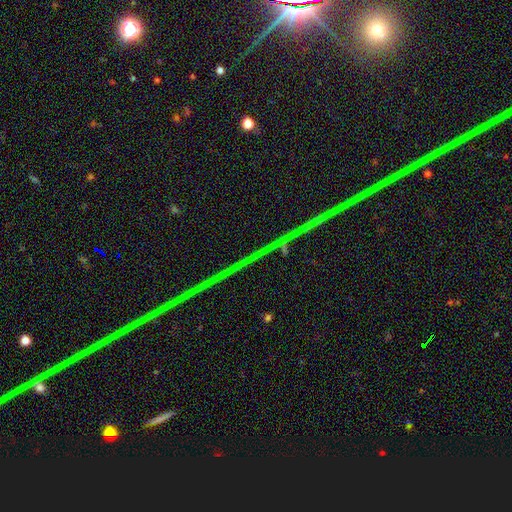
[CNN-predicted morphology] This is clearly a star or artifact rather than a galaxy (88%).